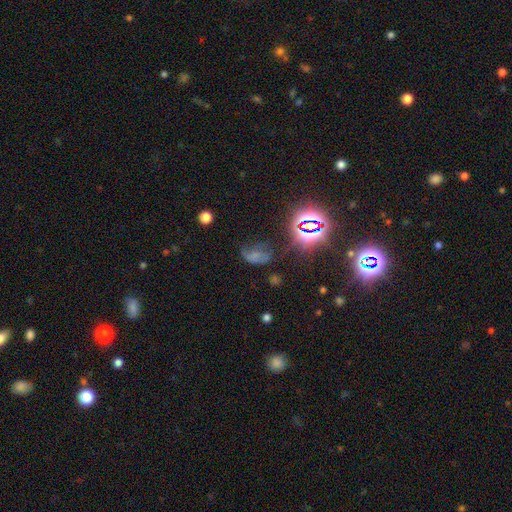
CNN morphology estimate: Overall: smooth (41%; star or artifact 35%). Merging: none (35%; major disturbance 33%).